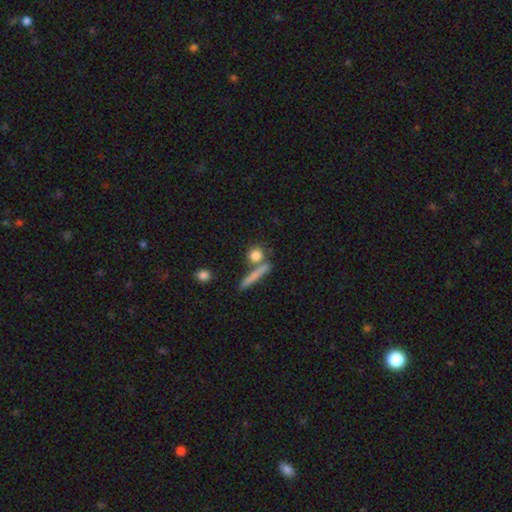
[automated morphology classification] A smooth galaxy with no disk features (78%) that is round (70%). Merging: none (67%).